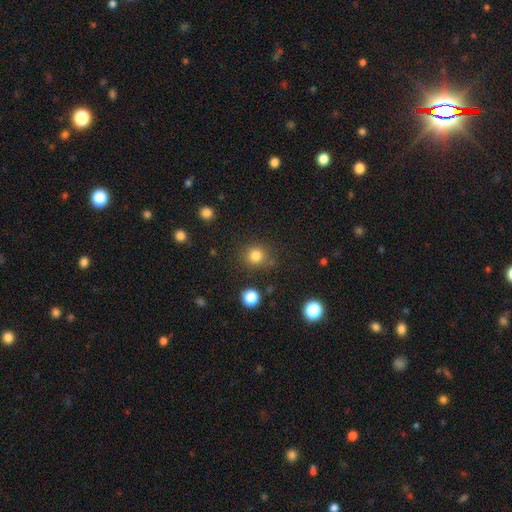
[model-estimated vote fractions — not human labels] A smooth galaxy with no disk features (81%) that is round (88%).

Vote fractions:
- Smooth or featured? smooth: 81% / star or artifact: 14% / featured or disk: 5%
- How rounded? round: 88% / in between: 11% / cigar-shaped: 1%
- Merging? none: 81% / minor disturbance: 10% / merger: 5% / major disturbance: 4%